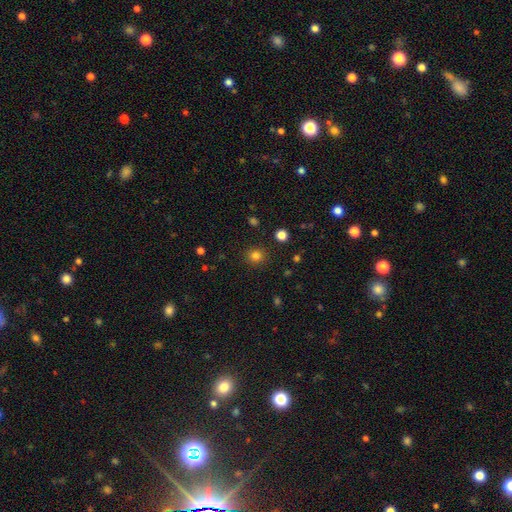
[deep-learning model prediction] A smooth galaxy with no disk features (80%) that is round (90%). Merging: none (90%).